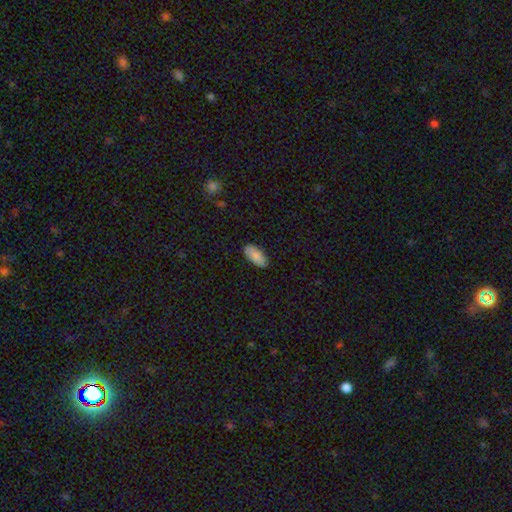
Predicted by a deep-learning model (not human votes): This appears to be a smooth galaxy with no disk features (85%) that is in between round and cigar-shaped (90%). Merging: none (86%).